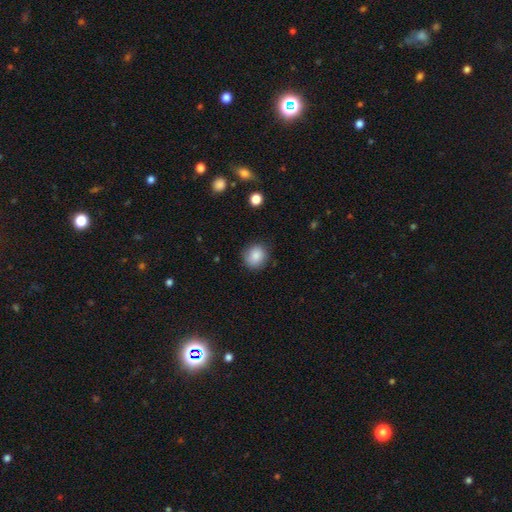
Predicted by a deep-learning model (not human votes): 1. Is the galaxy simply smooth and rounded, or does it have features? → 86% smooth, 9% star or artifact, 5% featured or disk.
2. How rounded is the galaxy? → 85% round, 14% in between, 1% cigar-shaped.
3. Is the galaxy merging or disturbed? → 84% none, 11% minor disturbance, 3% major disturbance, 1% merger.